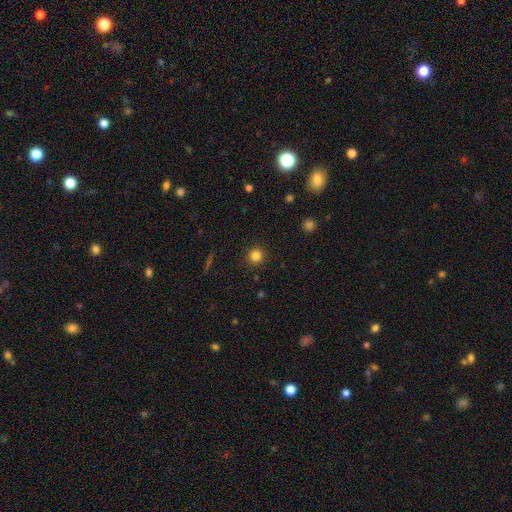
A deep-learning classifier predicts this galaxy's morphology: smooth_or_featured: smooth (p=0.82) [alt: star or artifact p=0.13]
how_rounded: round (p=0.93) [alt: in between p=0.06]
merging: none (p=0.91) [alt: minor disturbance p=0.05]